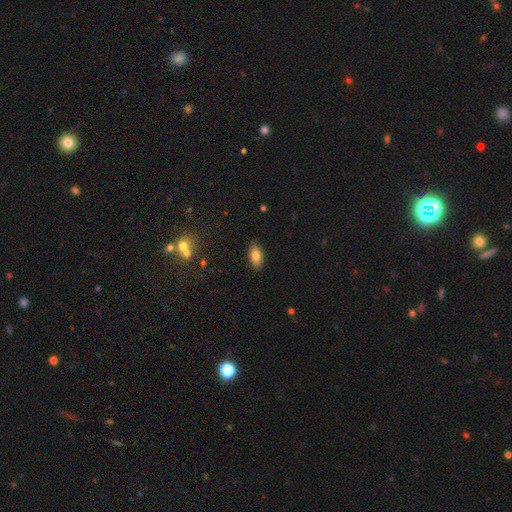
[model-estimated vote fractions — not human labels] smooth_or_featured: smooth (p=0.83) [alt: featured or disk p=0.09]
how_rounded: in between (p=0.90) [alt: cigar-shaped p=0.06]
merging: none (p=0.88) [alt: minor disturbance p=0.08]